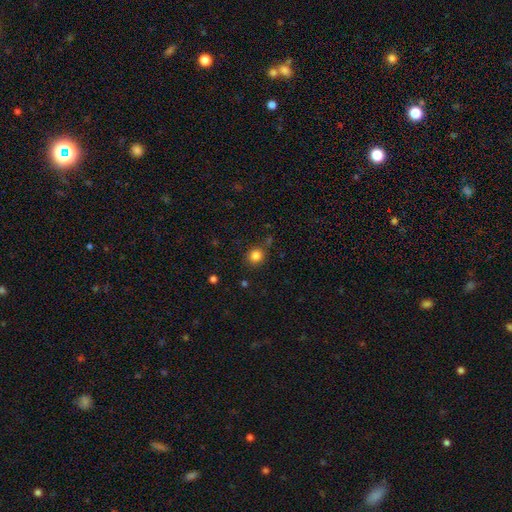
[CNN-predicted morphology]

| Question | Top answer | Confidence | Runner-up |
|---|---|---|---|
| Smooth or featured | smooth | 83% | star or artifact (12%) |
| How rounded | round | 89% | in between (10%) |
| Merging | none | 84% | minor disturbance (10%) |